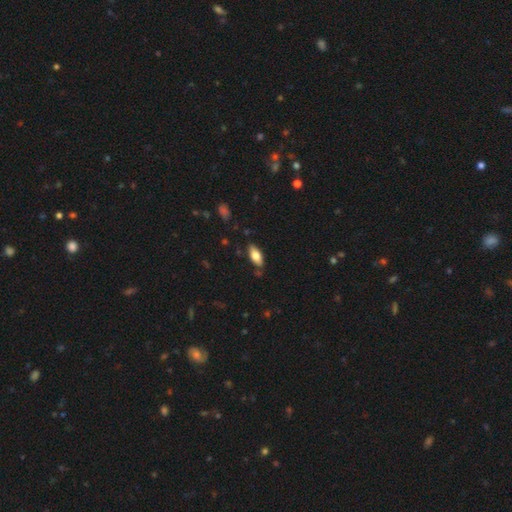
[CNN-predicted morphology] smooth 76%, featured or disk 18%, star or artifact 6%. Down the decision tree: how rounded — in between (85%); merging — none (82%).